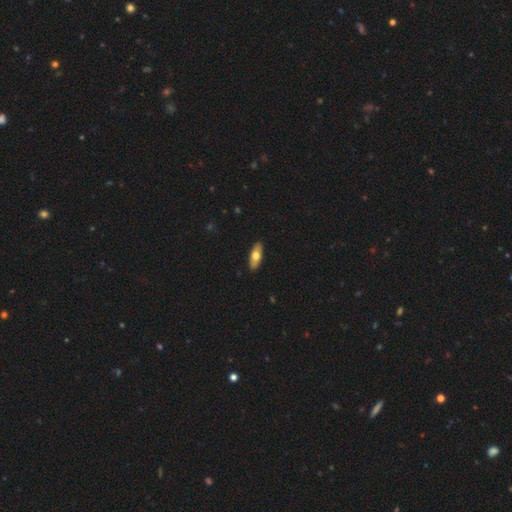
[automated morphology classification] Smooth or featured: smooth — 66% (featured or disk — 28%)
How rounded: in between — 73% (cigar-shaped — 25%)
Merging: none — 90% (minor disturbance — 7%)